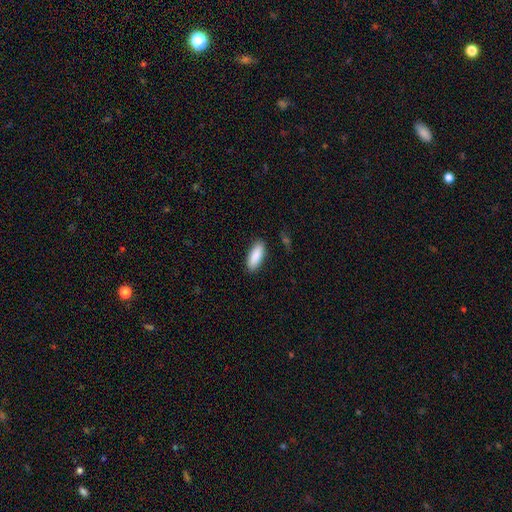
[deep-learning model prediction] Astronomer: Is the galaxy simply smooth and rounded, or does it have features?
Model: smooth — 89%.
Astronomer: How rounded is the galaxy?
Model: in between — 72%.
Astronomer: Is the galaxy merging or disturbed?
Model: none — 88%.